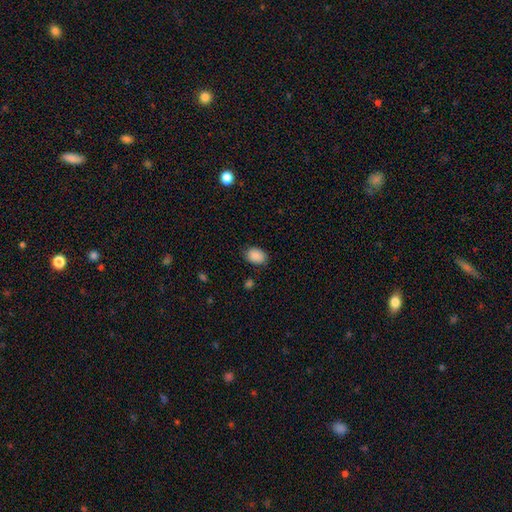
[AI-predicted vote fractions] Overall: smooth (89%). How rounded: in between (74%). Merging: none (82%).